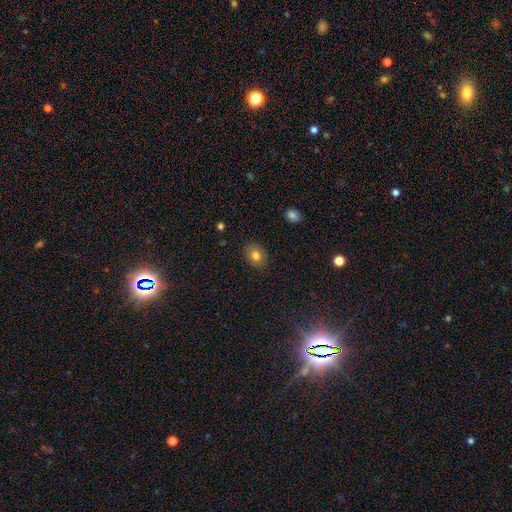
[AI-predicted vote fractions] Q: Smooth or featured?
A: smooth (77%); runner-up: featured or disk (12%)
Q: How rounded?
A: in between (58%); runner-up: round (41%)
Q: Merging?
A: none (86%); runner-up: minor disturbance (11%)